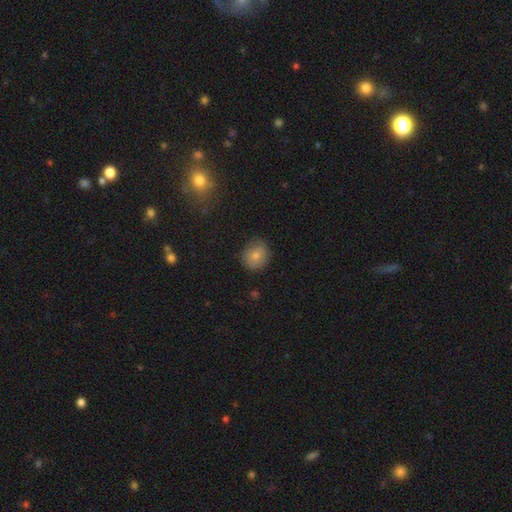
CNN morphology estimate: A smooth galaxy with no disk features (78%) that is round (78%). Merging: none (81%).